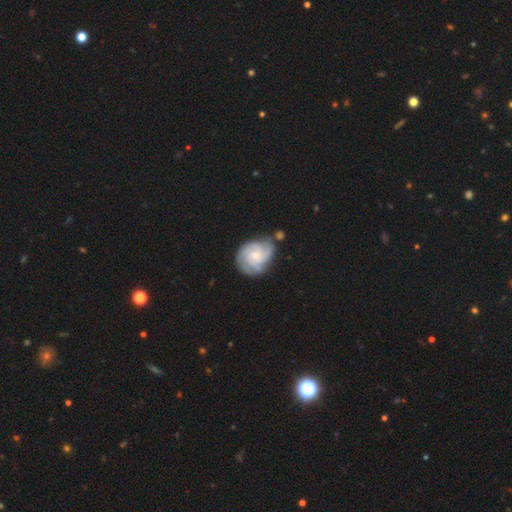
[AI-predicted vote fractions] featured or disk 74%, smooth 20%, star or artifact 6%. Down the decision tree: edge-on disk — no (98%); bar — no (71%); spiral arms — yes (94%); spiral arm count — 3 (34%); spiral winding — tight (55%); bulge size — small (64%); merging — none (55%).